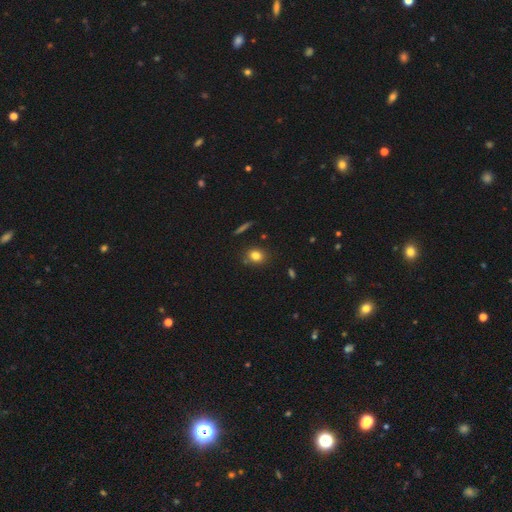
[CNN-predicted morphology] Overall: smooth (81%). How rounded: round (61%; in between 37%). Merging: none (81%).